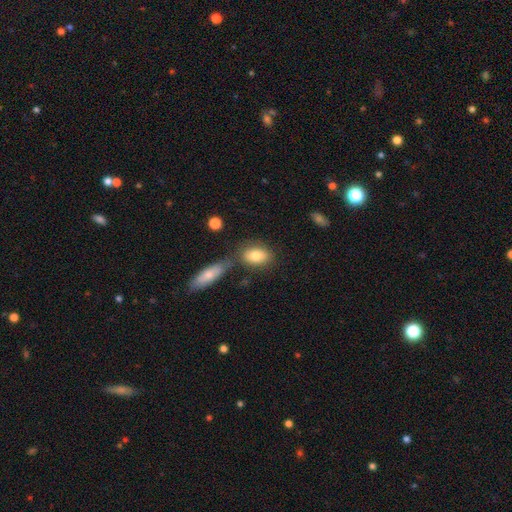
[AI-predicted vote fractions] This is likely a smooth galaxy (80%). How rounded: clearly in between (81%). Merging: likely none (63%).